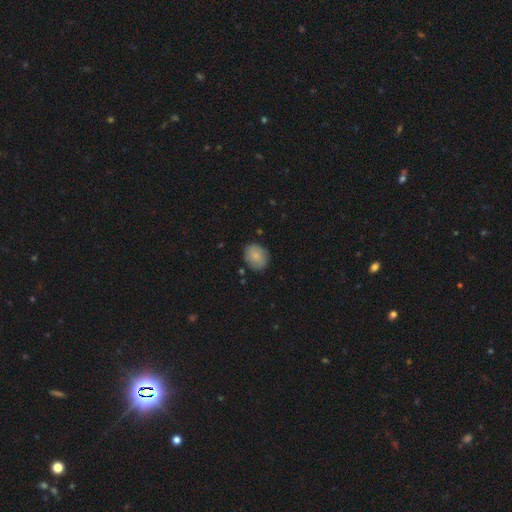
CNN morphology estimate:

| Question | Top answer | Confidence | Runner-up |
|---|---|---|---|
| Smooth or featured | smooth | 84% | featured or disk (8%) |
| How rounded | round | 53% | in between (46%) |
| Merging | none | 83% | minor disturbance (12%) |